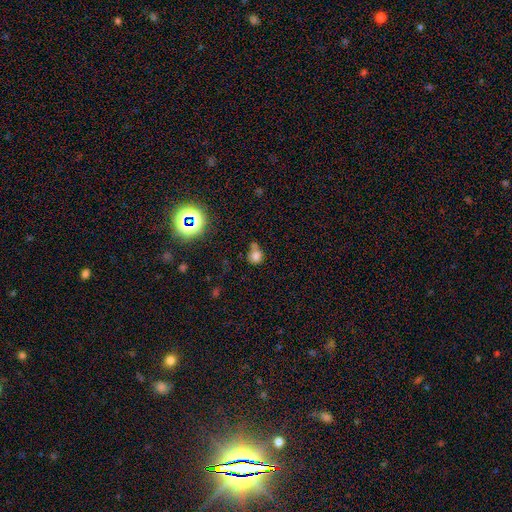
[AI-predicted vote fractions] Morphology: type=smooth (74%); roundness=round (71%); merging=none (43%).